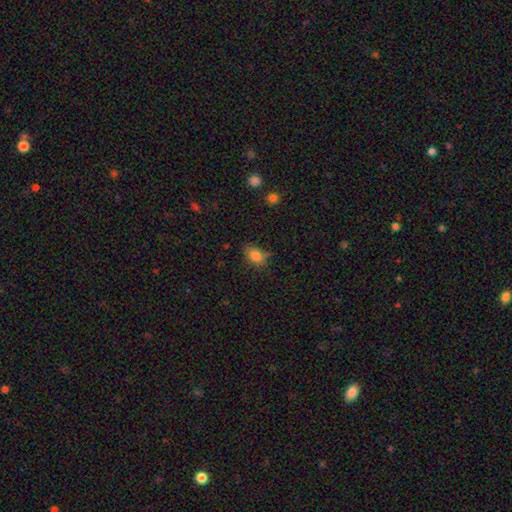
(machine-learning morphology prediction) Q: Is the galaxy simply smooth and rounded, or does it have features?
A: smooth — 82%.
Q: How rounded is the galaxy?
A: in between — 82%.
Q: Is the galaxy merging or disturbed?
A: none — 69%.